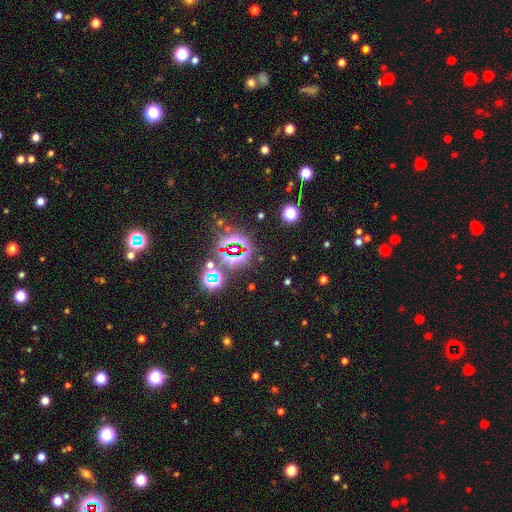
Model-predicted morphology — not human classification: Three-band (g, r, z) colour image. It shows a star or artifact, not a galaxy (81%).